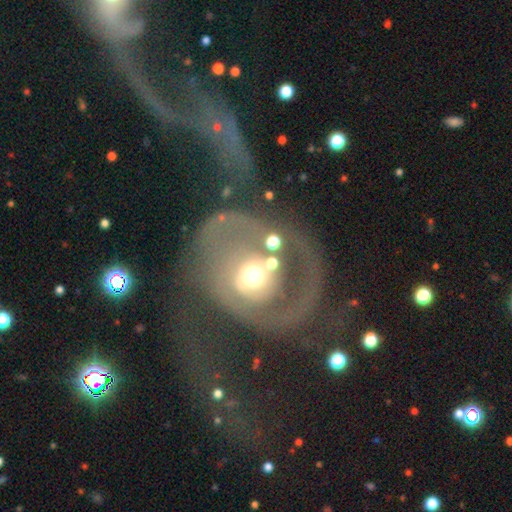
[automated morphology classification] This appears to be a featured or disk galaxy (84%) with no bar (63%), 2 (68%) medium (39%) spiral arms (88%) and a moderate central bulge (63%). Merging: merger (42%).